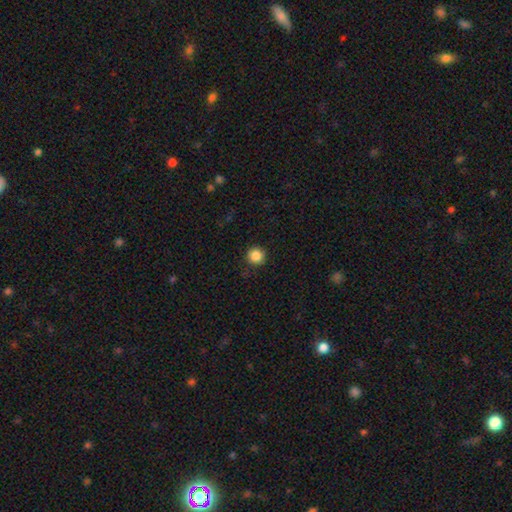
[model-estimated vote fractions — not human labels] A smooth galaxy with no disk features (87%) that is round (95%). Merging: none (92%).